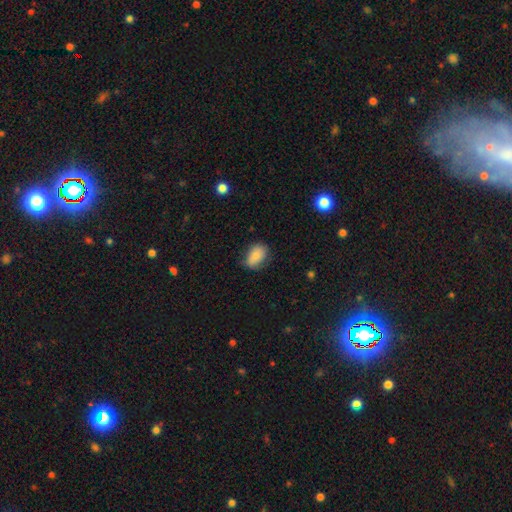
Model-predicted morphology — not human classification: Q: Smooth or featured?
A: smooth (80%); runner-up: featured or disk (12%)
Q: How rounded?
A: in between (83%); runner-up: round (16%)
Q: Merging?
A: none (65%); runner-up: minor disturbance (28%)